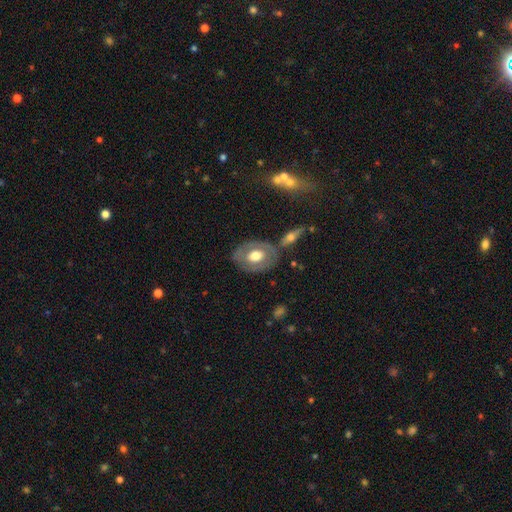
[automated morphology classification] Smooth or featured? smooth (47%, tied with featured or disk)
Merging? none (74%)